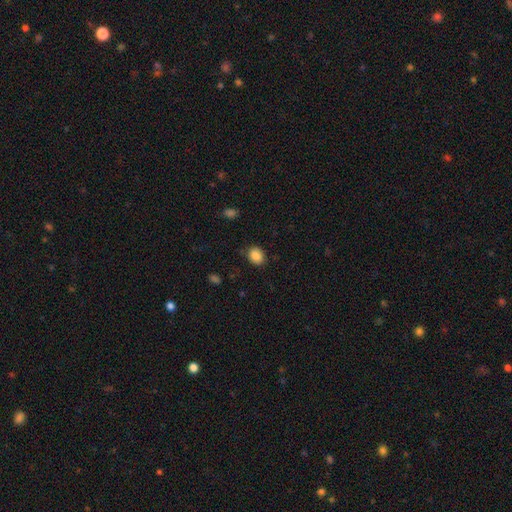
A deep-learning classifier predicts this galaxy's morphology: Smooth or featured: smooth — 86% (star or artifact — 9%)
How rounded: round — 50% (in between — 49%)
Merging: none — 84% (minor disturbance — 11%)